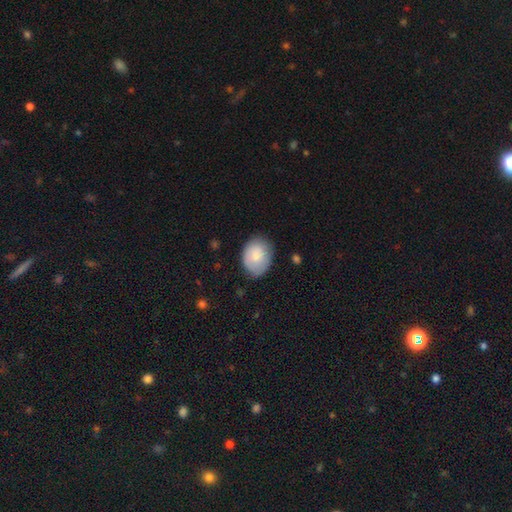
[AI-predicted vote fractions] This appears to be a smooth galaxy with no disk features (78%) that is in between round and cigar-shaped (63%). Merging: none (70%).